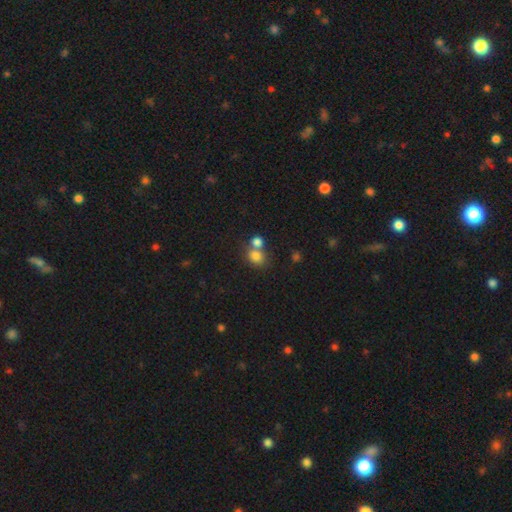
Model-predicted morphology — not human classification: smooth_or_featured: smooth (p=0.80) [alt: star or artifact p=0.12]
how_rounded: round (p=0.62) [alt: in between p=0.37]
merging: merger (p=0.45) [alt: none p=0.43]